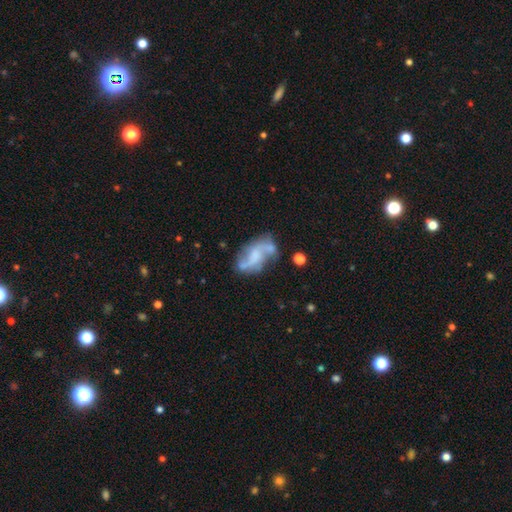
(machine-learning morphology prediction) Overall: featured or disk (72%). Edge-on disk: no (96%). Bar: no (53%; weak 35%). Spiral arms: yes (80%). Spiral arm count: 2 (77%). Spiral winding: loose (58%; medium 32%). Bulge size: none (45%; small 24%). Merging: none (48%; minor disturbance 21%).